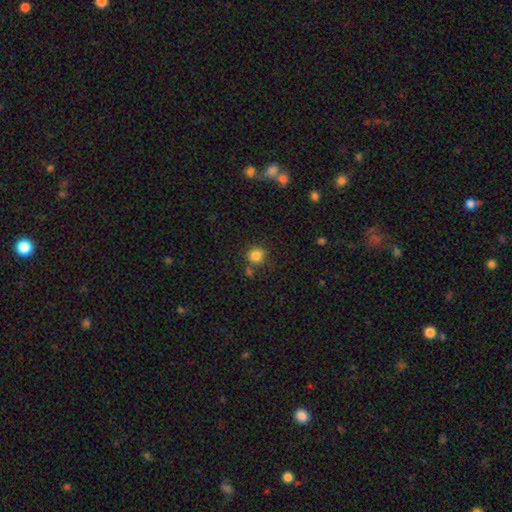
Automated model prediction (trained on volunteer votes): Q: Smooth or featured?
A: smooth (83%); runner-up: star or artifact (12%)
Q: How rounded?
A: round (89%); runner-up: in between (10%)
Q: Merging?
A: none (74%); runner-up: minor disturbance (11%)